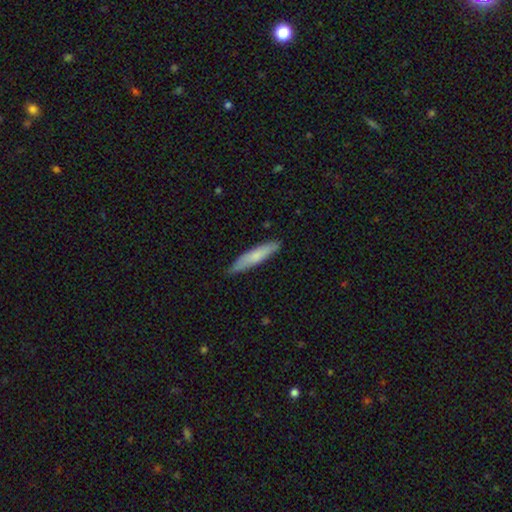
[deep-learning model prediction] This appears to be a smooth galaxy with no disk features (71%) that is cigar-shaped (86%). Merging: none (85%).